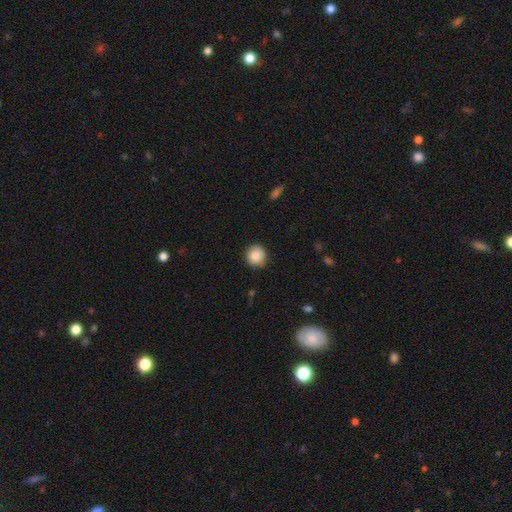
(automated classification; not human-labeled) Overall: smooth (87%). How rounded: round (89%). Merging: none (85%).